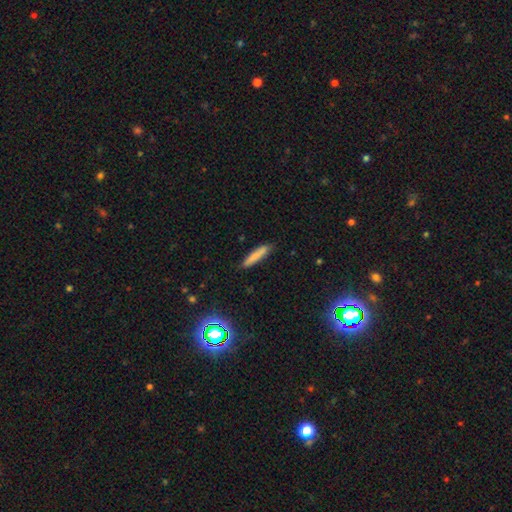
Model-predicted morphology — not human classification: This is likely a smooth galaxy (78%). How rounded: clearly cigar-shaped (87%). Merging: clearly none (84%).